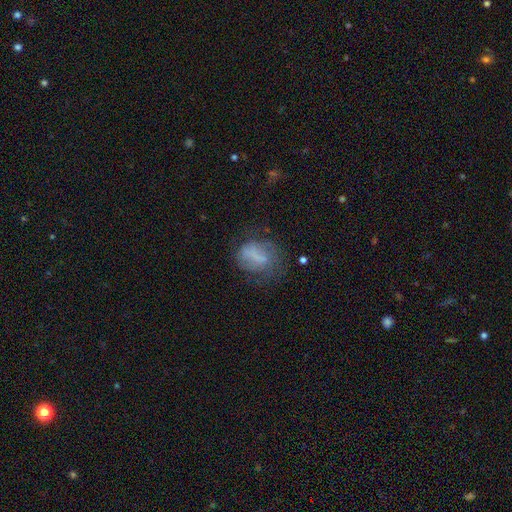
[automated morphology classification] Smooth or featured? Predicted: smooth (p=0.52). How rounded? Predicted: in between (p=0.58). Merging? Predicted: none (p=0.49).